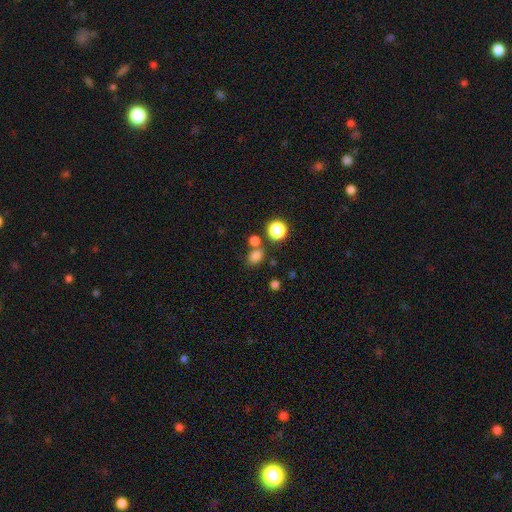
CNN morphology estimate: A smooth galaxy with no disk features (78%) that is in between round and cigar-shaped (58%).

Vote fractions:
- Smooth or featured? smooth: 78% / star or artifact: 16% / featured or disk: 6%
- How rounded? in between: 58% / round: 41% / cigar-shaped: 1%
- Merging? none: 64% / merger: 21% / minor disturbance: 11% / major disturbance: 4%